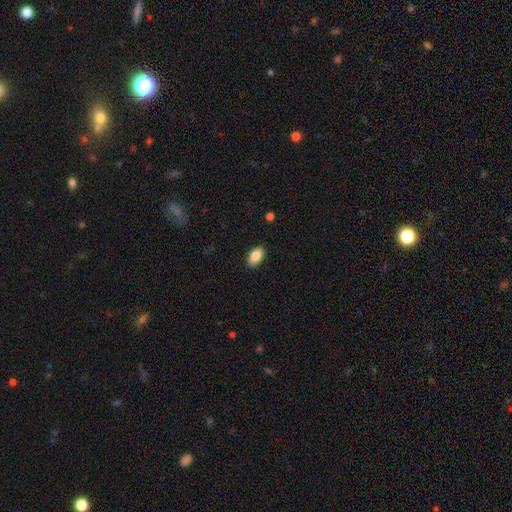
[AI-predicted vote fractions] This is clearly a smooth galaxy (85%). How rounded: clearly in between (93%). Merging: clearly none (88%).